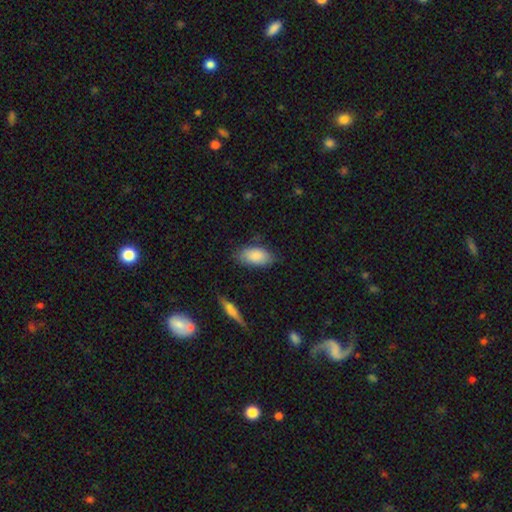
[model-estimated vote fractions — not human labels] smooth-or-featured: smooth: 85% | featured or disk: 8% | star or artifact: 6%
  how-rounded: in between: 92% | cigar-shaped: 5% | round: 3%
  merging: none: 75% | minor disturbance: 19% | major disturbance: 4% | merger: 2%